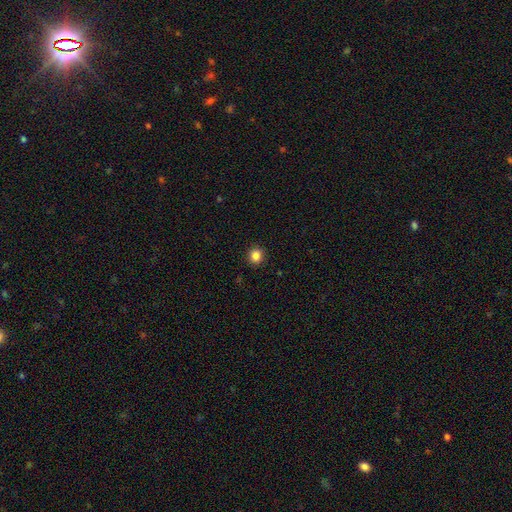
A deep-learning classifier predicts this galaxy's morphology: This is clearly a smooth galaxy (85%). How rounded: clearly round (88%). Merging: clearly none (91%).